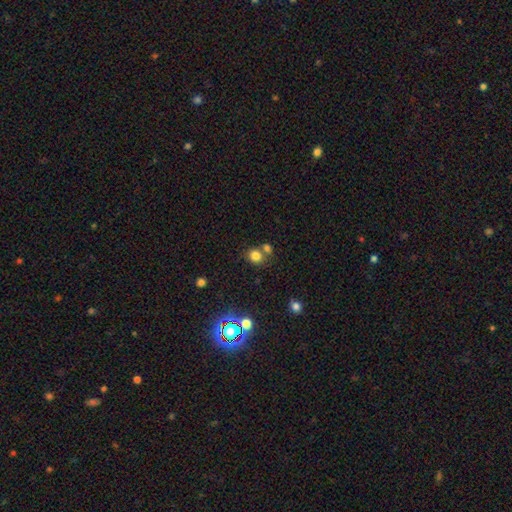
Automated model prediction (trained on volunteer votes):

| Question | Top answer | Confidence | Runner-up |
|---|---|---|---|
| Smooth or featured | smooth | 79% | star or artifact (14%) |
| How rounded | round | 80% | in between (19%) |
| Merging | none | 59% | merger (28%) |